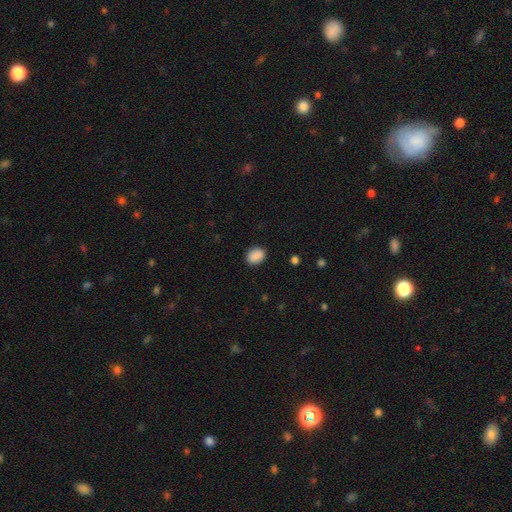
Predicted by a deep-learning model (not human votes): The model was most divided on "how rounded": in between: 65%, round: 34%, cigar-shaped: 1%. More confident: smooth or featured — smooth (89%); merging — none (87%).